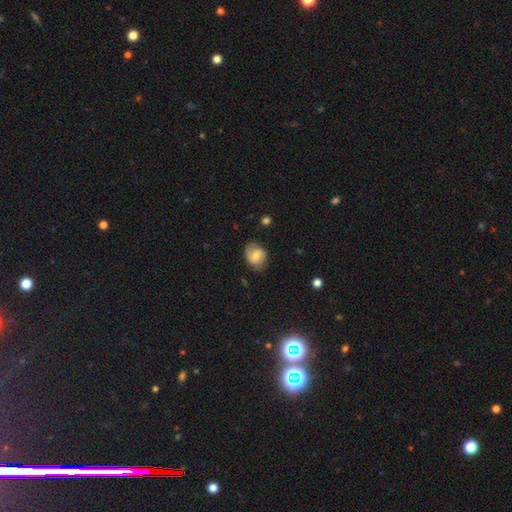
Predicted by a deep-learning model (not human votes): smooth-or-featured: smooth: 57% | featured or disk: 35% | star or artifact: 8%
  how-rounded: in between: 52% | round: 47% | cigar-shaped: 1%
  merging: none: 70% | minor disturbance: 23% | major disturbance: 6% | merger: 1%